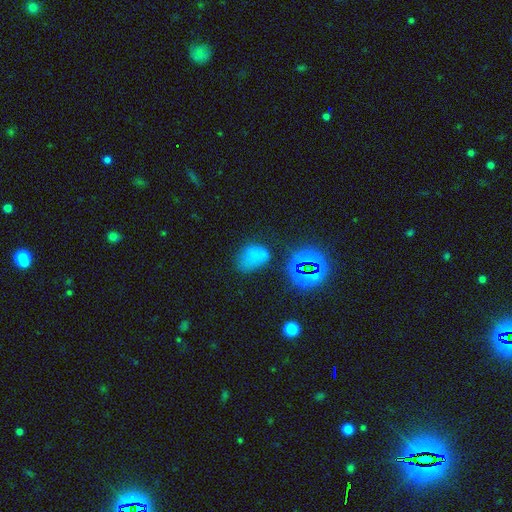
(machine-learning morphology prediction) This appears to be a smooth galaxy with no disk features (62%) that is in between round and cigar-shaped (80%). Merging: none (46%).